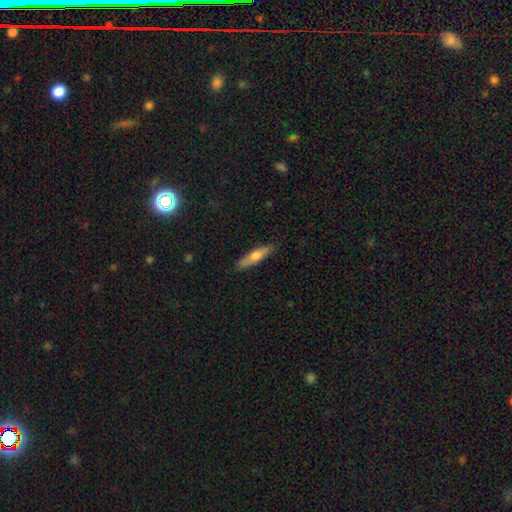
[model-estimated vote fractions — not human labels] Smooth or featured? Predicted: smooth (p=0.63). How rounded? Predicted: cigar-shaped (p=0.76). Merging? Predicted: none (p=0.87).